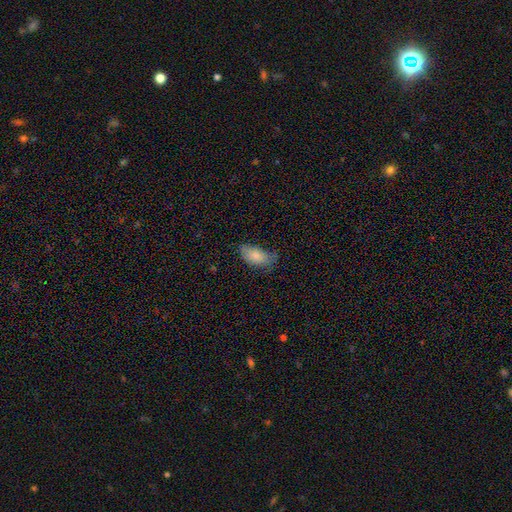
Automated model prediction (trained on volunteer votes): Morphology: type=smooth (82%); roundness=in between (92%); merging=none (55%).